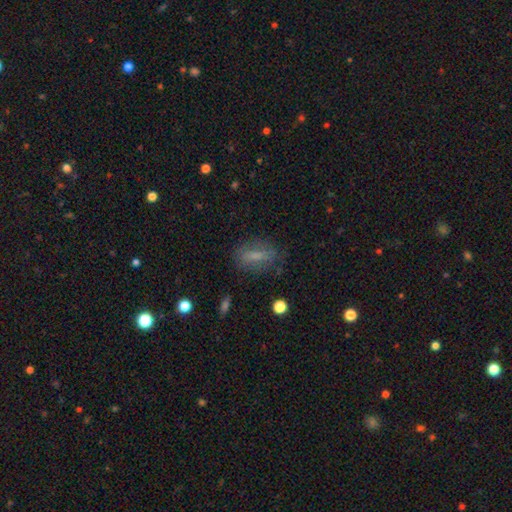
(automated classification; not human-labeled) Smooth or featured: smooth — 67% (featured or disk — 22%)
How rounded: in between — 66% (cigar-shaped — 25%)
Merging: none — 75% (minor disturbance — 16%)